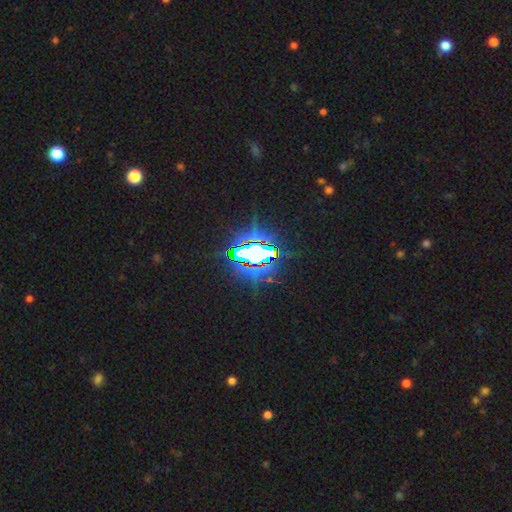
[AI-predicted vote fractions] star or artifact 75%, featured or disk 13%, smooth 12%.